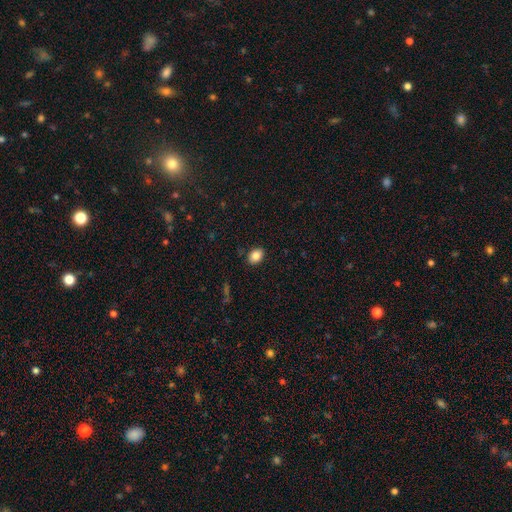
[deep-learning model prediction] This is clearly a smooth galaxy (86%). How rounded: likely in between (77%). Merging: clearly none (87%).